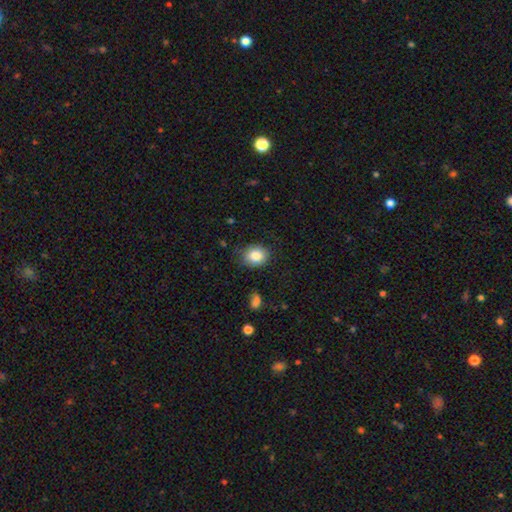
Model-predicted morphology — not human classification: The model was most divided on "how rounded": round: 56%, in between: 43%, cigar-shaped: 1%. More confident: smooth or featured — smooth (84%); merging — none (79%).